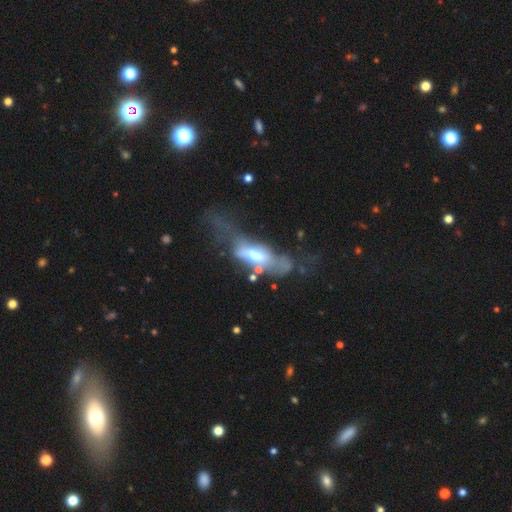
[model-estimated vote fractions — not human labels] smooth-or-featured: featured or disk: 57% | smooth: 35% | star or artifact: 8%
  disk-edge-on: no: 67% | yes: 33%
  merging: major disturbance: 51% | none: 21% | minor disturbance: 19% | merger: 10%